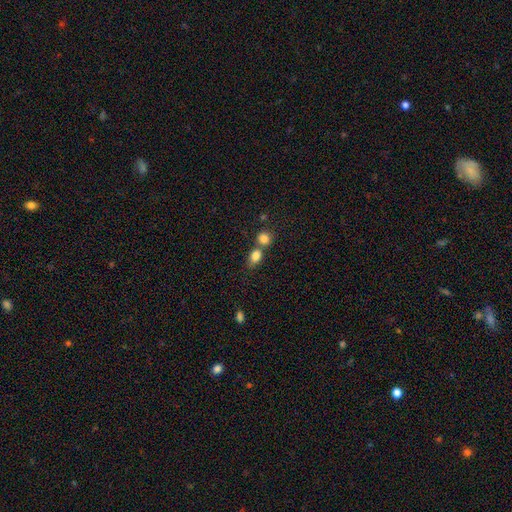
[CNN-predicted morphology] Smooth or featured?
  - smooth: 83% *
  - star or artifact: 10%
  - featured or disk: 7%
How rounded?
  - in between: 65% *
  - round: 33%
  - cigar-shaped: 2%
Merging?
  - merger: 44% *
  - none: 43%
  - minor disturbance: 10%
  - major disturbance: 3%